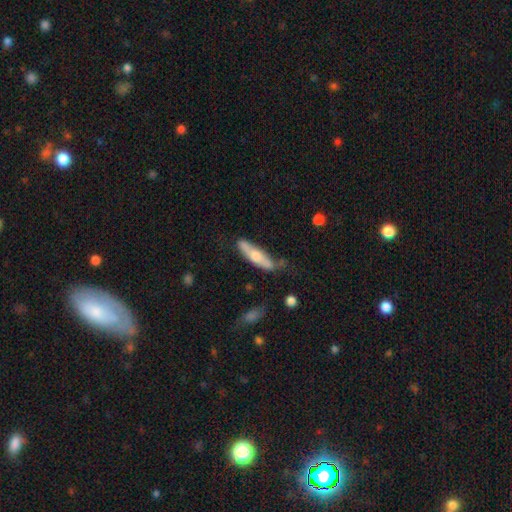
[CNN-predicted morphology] The model was most divided on "smooth or featured": smooth: 53%, featured or disk: 42%, star or artifact: 5%. More confident: how rounded — cigar-shaped (70%); merging — none (57%).